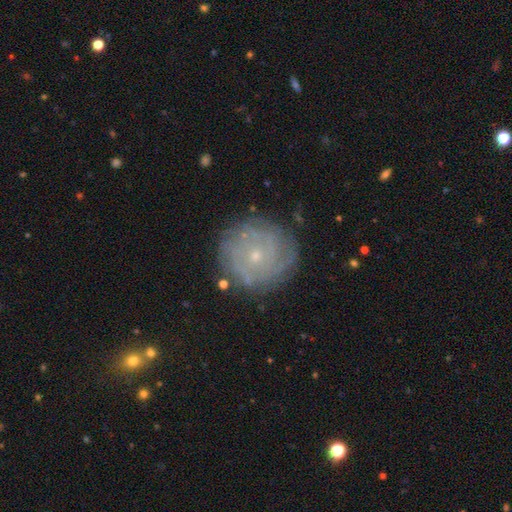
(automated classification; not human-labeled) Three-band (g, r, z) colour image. It shows a featured or disk galaxy (68%) with no bar (84%), tight (77%) spiral arms (87%) and a small central bulge (80%). Merging: none (83%).